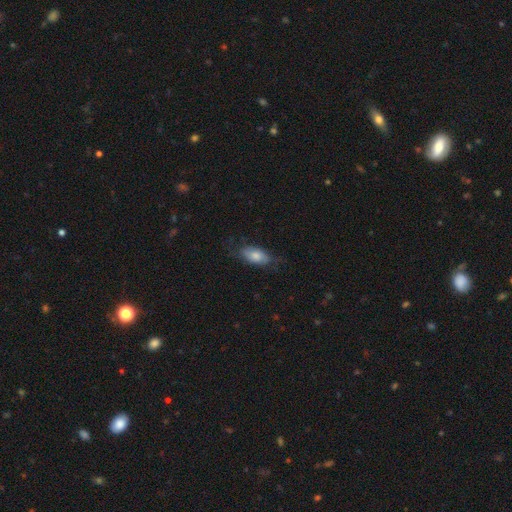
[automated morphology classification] smooth 67%, featured or disk 26%, star or artifact 7%. Down the decision tree: how rounded — in between (88%); merging — none (62%).